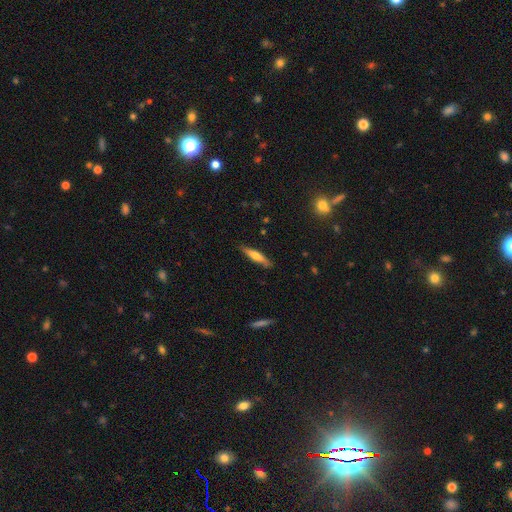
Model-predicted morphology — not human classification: This is possibly a smooth galaxy (54%). How rounded: clearly cigar-shaped (85%). Merging: clearly none (85%).